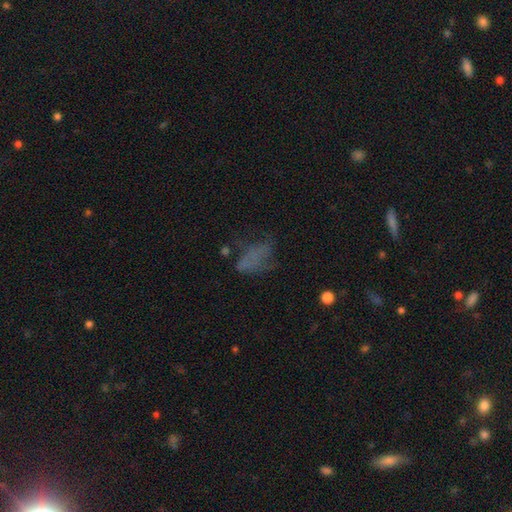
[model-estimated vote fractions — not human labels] This appears to be a smooth galaxy with no disk features (46%). Merging: major disturbance (38%).